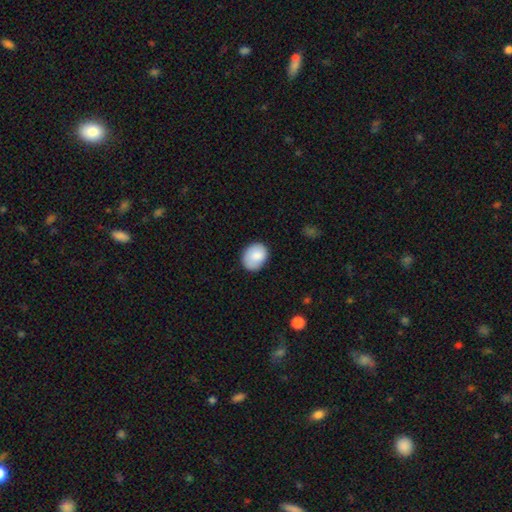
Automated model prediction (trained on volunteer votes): Overall: smooth (84%). How rounded: in between (55%; round 45%). Merging: none (75%).